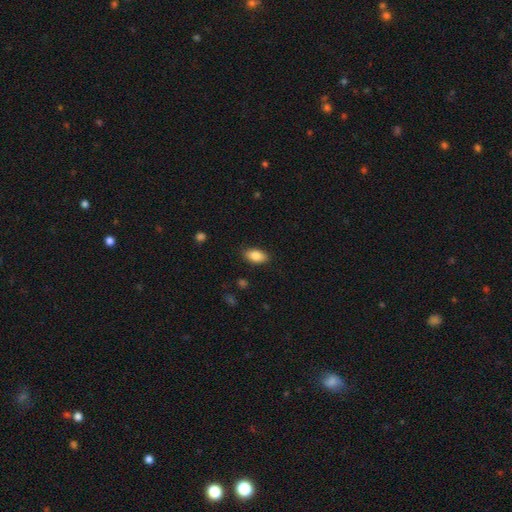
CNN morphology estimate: smooth-or-featured: smooth: 86% | star or artifact: 7% | featured or disk: 7%
  how-rounded: in between: 92% | round: 4% | cigar-shaped: 4%
  merging: none: 86% | minor disturbance: 11% | major disturbance: 2% | merger: 1%